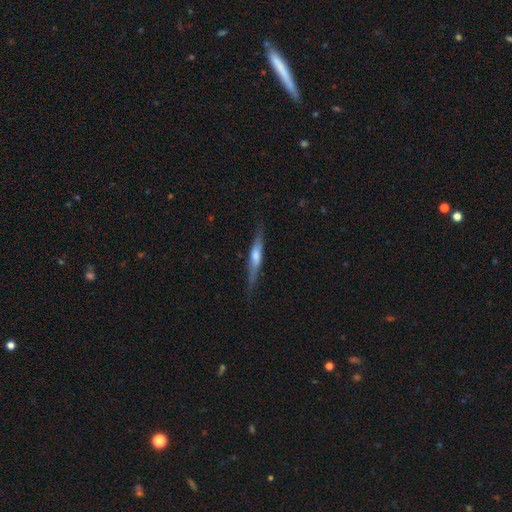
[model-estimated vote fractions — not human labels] smooth-or-featured: featured or disk: 66% | smooth: 28% | star or artifact: 6%
  disk-edge-on: yes: 95% | no: 5%
    edge-on-bulge: rounded: 64% | none: 18% | boxy: 18%
  merging: none: 82% | minor disturbance: 13% | major disturbance: 3% | merger: 1%